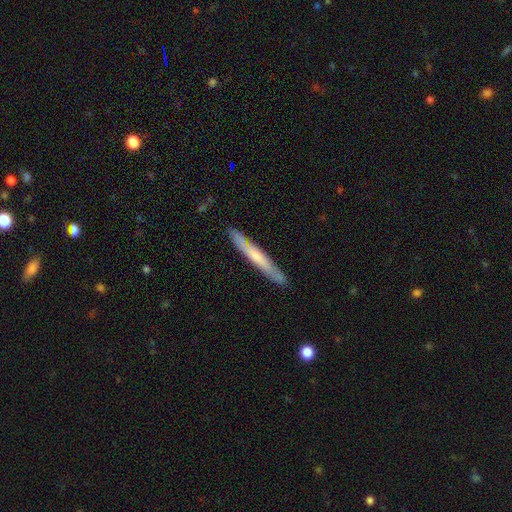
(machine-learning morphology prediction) smooth 49%, featured or disk 46%, star or artifact 5%. Down the decision tree: merging — none (86%).